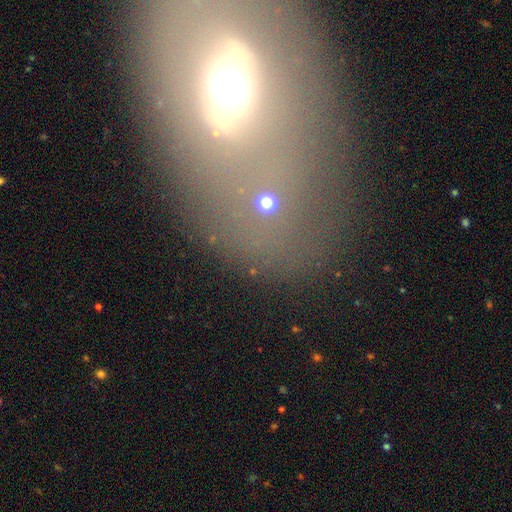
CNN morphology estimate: smooth-or-featured: featured or disk: 38% | smooth: 34% | star or artifact: 28%
  merging: none: 64% | major disturbance: 14% | minor disturbance: 14% | merger: 7%